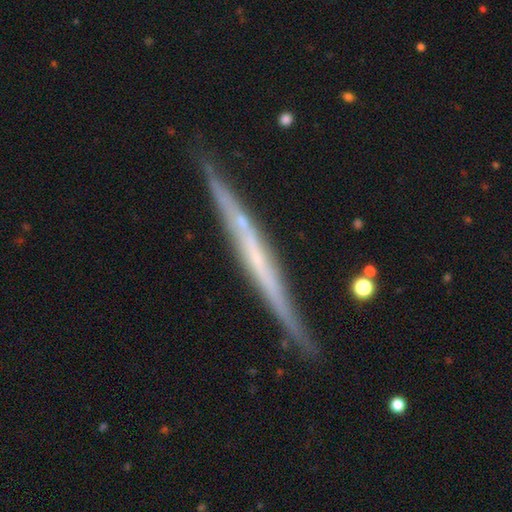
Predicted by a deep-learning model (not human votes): A featured or disk galaxy (72%) viewed edge-on (96%) with no central bulge (84%). Merging: none (84%).